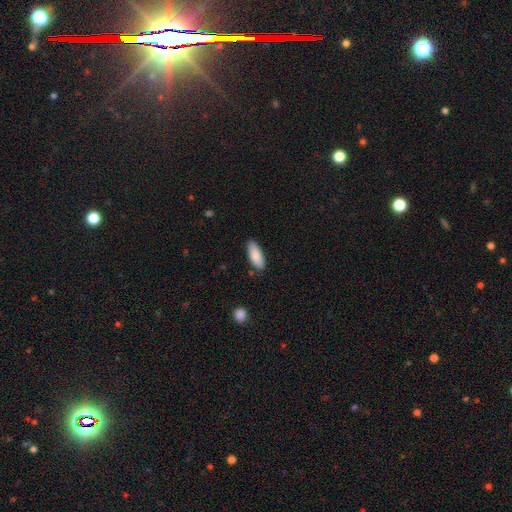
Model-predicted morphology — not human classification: smooth-or-featured: smooth: 86% | featured or disk: 8% | star or artifact: 6%
  how-rounded: in between: 75% | cigar-shaped: 24% | round: 2%
  merging: none: 85% | minor disturbance: 12% | major disturbance: 2% | merger: 2%